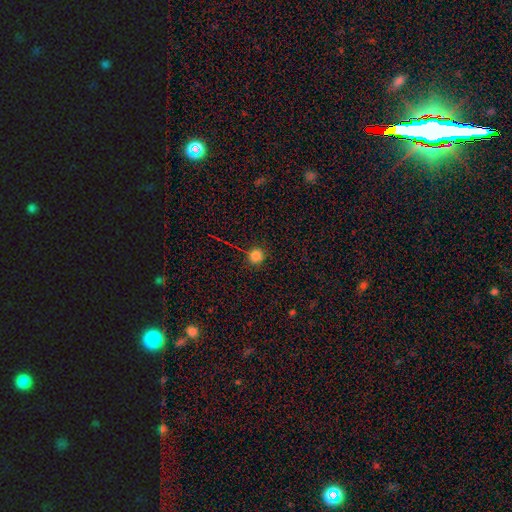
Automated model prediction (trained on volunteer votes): Q: Smooth or featured?
A: smooth (79%); runner-up: star or artifact (16%)
Q: How rounded?
A: round (92%); runner-up: in between (7%)
Q: Merging?
A: none (86%); runner-up: minor disturbance (9%)